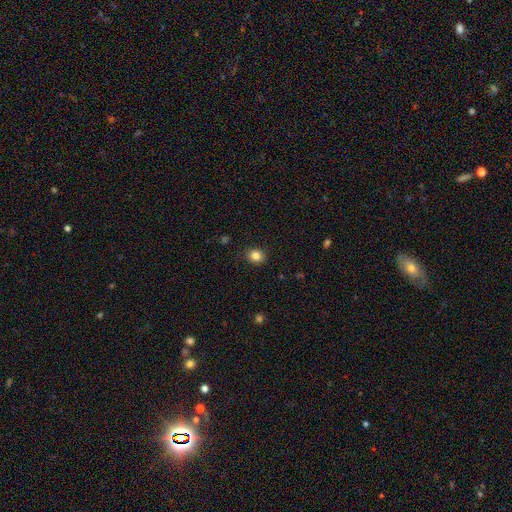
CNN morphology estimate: A smooth galaxy with no disk features (84%) that is round (58%).

Vote fractions:
- Smooth or featured? smooth: 84% / star or artifact: 11% / featured or disk: 5%
- How rounded? round: 58% / in between: 41% / cigar-shaped: 1%
- Merging? none: 89% / minor disturbance: 8% / major disturbance: 2% / merger: 1%